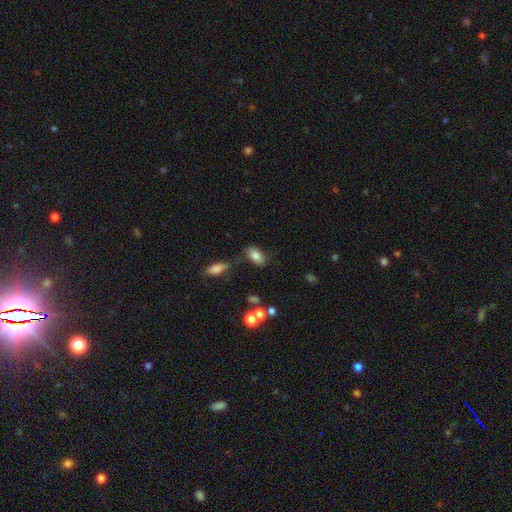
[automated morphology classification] Overall: smooth (80%). How rounded: in between (89%). Merging: none (71%).